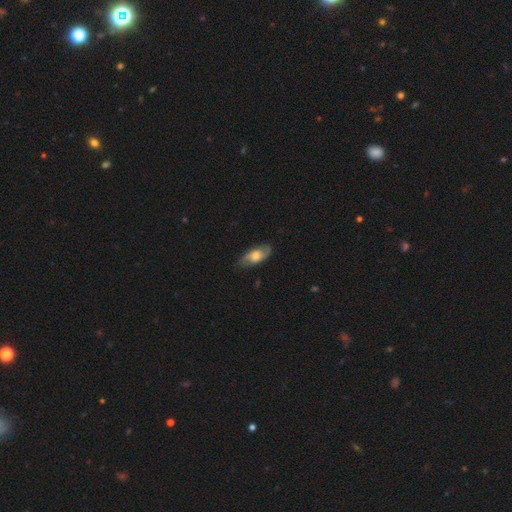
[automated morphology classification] Smooth or featured? Predicted: featured or disk (p=0.61). Edge-on disk? Predicted: no (p=0.89). Bar? Predicted: no (p=0.61). Spiral arms? Predicted: yes (p=0.87). Bulge size? Predicted: moderate (p=0.56). Merging? Predicted: none (p=0.80).